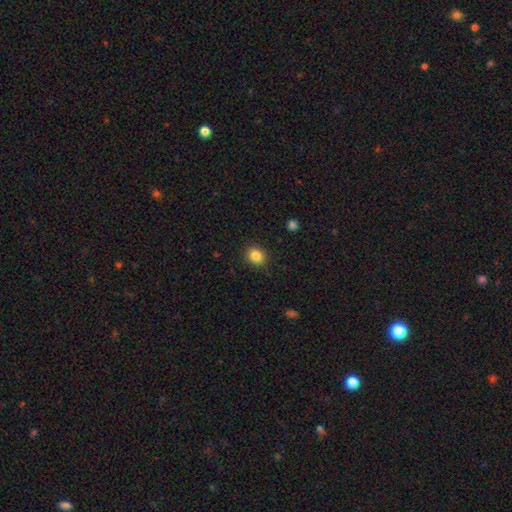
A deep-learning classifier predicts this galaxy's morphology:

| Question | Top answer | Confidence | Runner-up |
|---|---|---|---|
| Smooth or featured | smooth | 85% | star or artifact (10%) |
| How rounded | round | 73% | in between (26%) |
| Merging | none | 89% | minor disturbance (8%) |